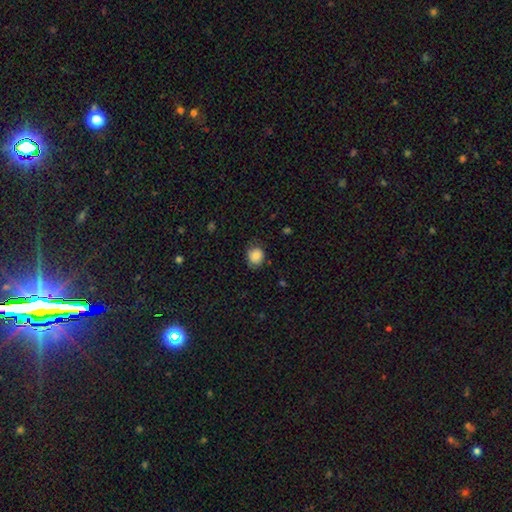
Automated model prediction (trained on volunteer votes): smooth_or_featured: smooth (p=0.83) [alt: star or artifact p=0.09]
how_rounded: round (p=0.76) [alt: in between p=0.23]
merging: none (p=0.73) [alt: minor disturbance p=0.21]